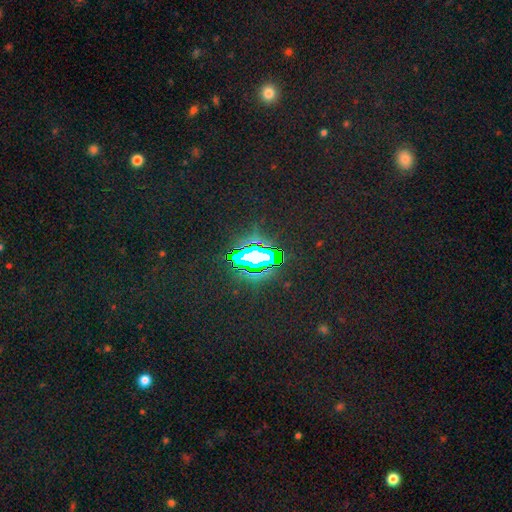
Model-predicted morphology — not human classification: Q: Smooth or featured?
A: star or artifact (75%); runner-up: smooth (14%)